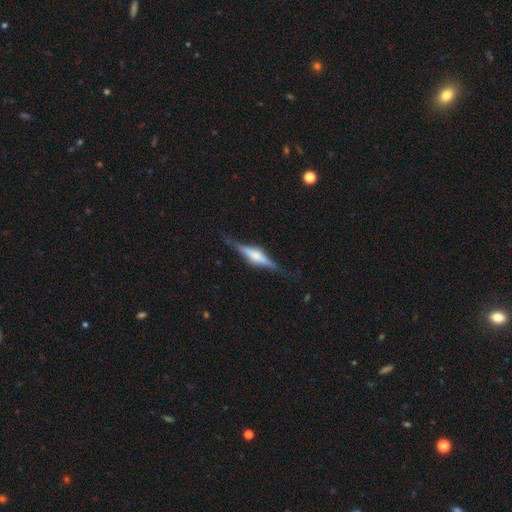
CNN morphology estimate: Q: Smooth or featured?
A: featured or disk (74%); runner-up: smooth (20%)
Q: Edge-on disk?
A: yes (97%); runner-up: no (3%)
Q: Edge-on bulge?
A: rounded (76%); runner-up: boxy (20%)
Q: Merging?
A: none (83%); runner-up: minor disturbance (12%)